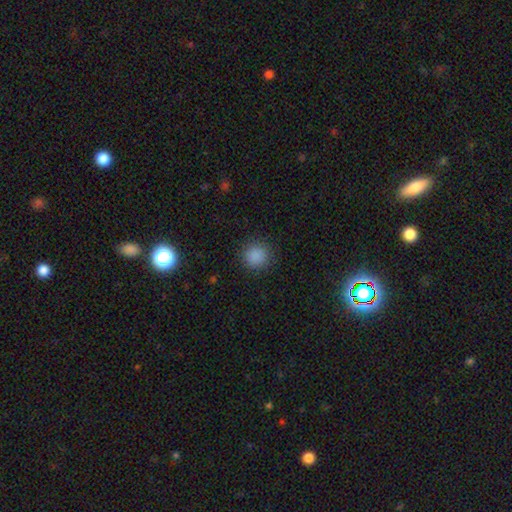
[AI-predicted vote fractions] Smooth or featured?
  - smooth: 86% *
  - star or artifact: 11%
  - featured or disk: 3%
How rounded?
  - round: 93% *
  - in between: 6%
  - cigar-shaped: 1%
Merging?
  - none: 89% *
  - minor disturbance: 7%
  - major disturbance: 3%
  - merger: 1%